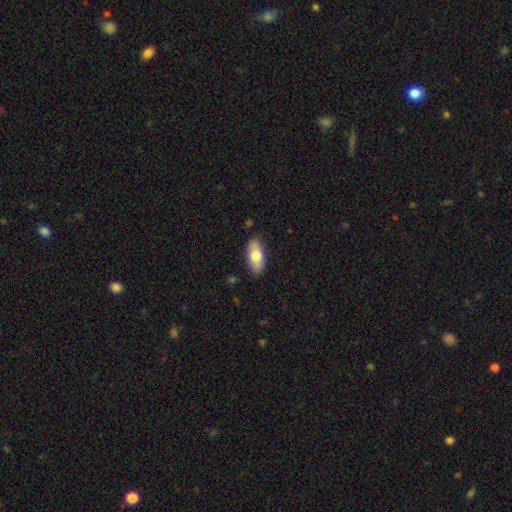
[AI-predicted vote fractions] Q: Smooth or featured?
A: smooth (77%); runner-up: featured or disk (17%)
Q: How rounded?
A: in between (87%); runner-up: cigar-shaped (10%)
Q: Merging?
A: none (86%); runner-up: minor disturbance (11%)